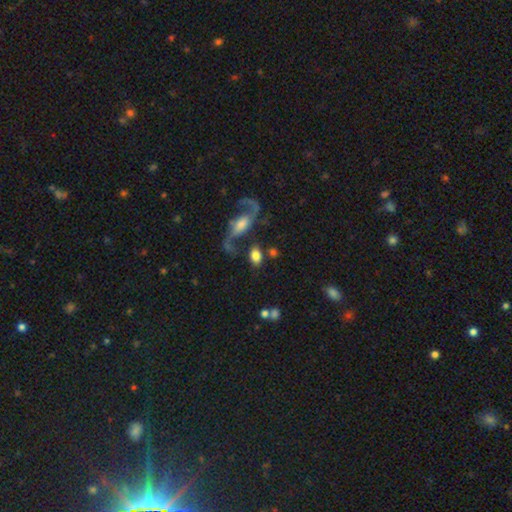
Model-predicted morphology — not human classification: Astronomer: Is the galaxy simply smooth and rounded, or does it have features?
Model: smooth — 71%.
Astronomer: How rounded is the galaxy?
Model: in between — 84%.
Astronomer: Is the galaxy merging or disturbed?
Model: none — 61%.